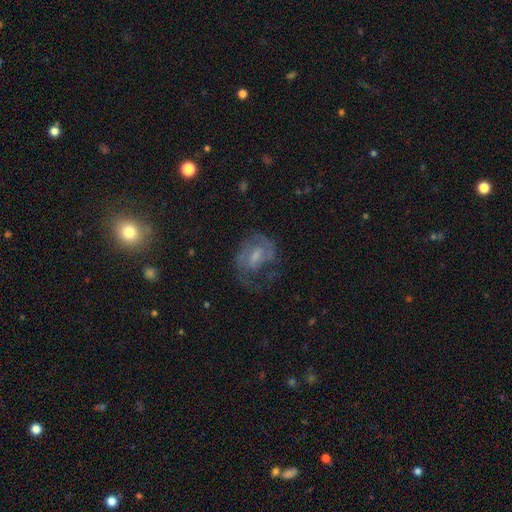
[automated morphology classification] smooth_or_featured: featured or disk (p=0.70) [alt: smooth p=0.21]
disk_edge_on: no (p=0.97) [alt: yes p=0.03]
bar: weak (p=0.50) [alt: no p=0.36]
has_spiral_arms: yes (p=0.83) [alt: no p=0.17]
spiral_winding: medium (p=0.47) [alt: tight p=0.32]
spiral_arm_count: 2 (p=0.50) [alt: can't tell p=0.22]
bulge_size: small (p=0.44) [alt: moderate p=0.37]
merging: none (p=0.45) [alt: major disturbance p=0.32]